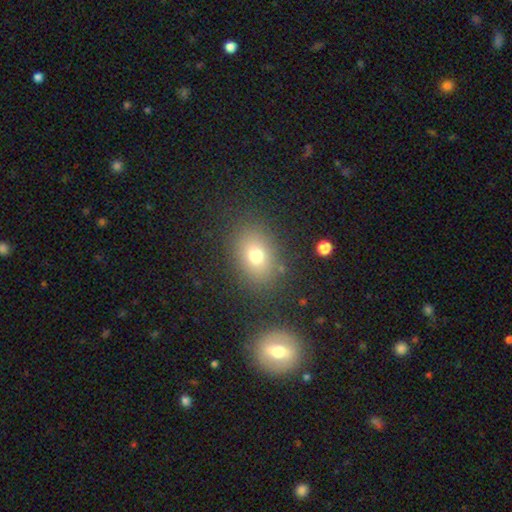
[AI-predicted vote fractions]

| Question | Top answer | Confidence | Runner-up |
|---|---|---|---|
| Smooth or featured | smooth | 74% | star or artifact (14%) |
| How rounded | in between | 65% | round (34%) |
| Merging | none | 83% | minor disturbance (10%) |